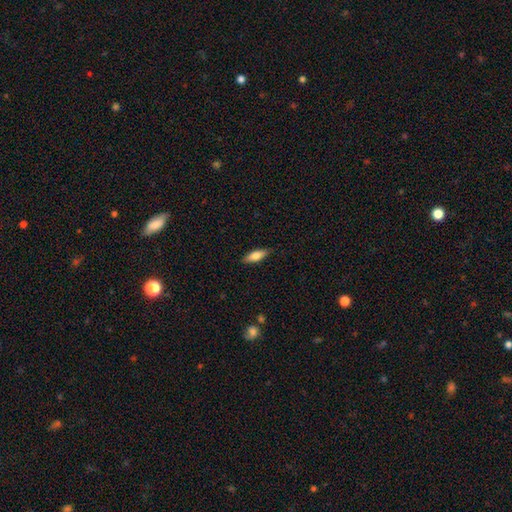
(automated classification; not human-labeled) Smooth or featured?
  - smooth: 74% *
  - featured or disk: 20%
  - star or artifact: 6%
How rounded?
  - in between: 60% *
  - cigar-shaped: 38%
  - round: 2%
Merging?
  - none: 87% *
  - minor disturbance: 10%
  - major disturbance: 2%
  - merger: 1%